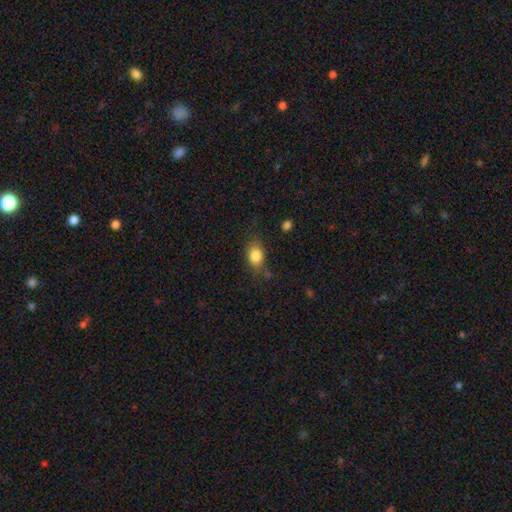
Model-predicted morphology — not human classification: Smooth or featured?
  - smooth: 83% *
  - star or artifact: 8%
  - featured or disk: 8%
How rounded?
  - in between: 76% *
  - round: 22%
  - cigar-shaped: 2%
Merging?
  - none: 71% *
  - minor disturbance: 21%
  - major disturbance: 6%
  - merger: 3%